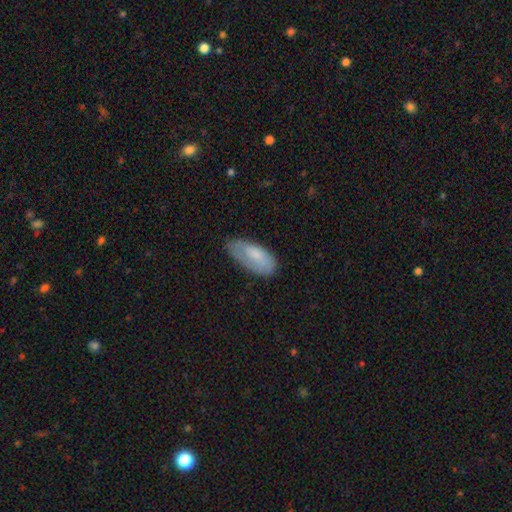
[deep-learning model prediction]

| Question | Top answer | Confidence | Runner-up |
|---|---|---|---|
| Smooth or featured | smooth | 72% | featured or disk (22%) |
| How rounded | in between | 88% | cigar-shaped (10%) |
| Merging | none | 57% | minor disturbance (31%) |